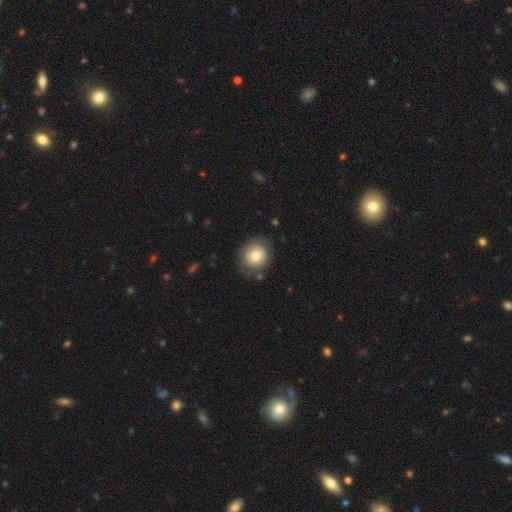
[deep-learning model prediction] Q: Smooth or featured?
A: smooth (76%); runner-up: featured or disk (16%)
Q: How rounded?
A: round (80%); runner-up: in between (19%)
Q: Merging?
A: none (77%); runner-up: minor disturbance (16%)